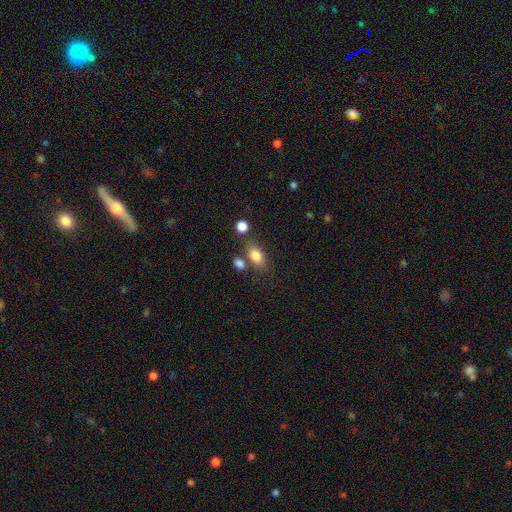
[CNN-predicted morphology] Smooth or featured?
  - smooth: 82% *
  - star or artifact: 9%
  - featured or disk: 9%
How rounded?
  - in between: 81% *
  - round: 16%
  - cigar-shaped: 3%
Merging?
  - none: 65% *
  - merger: 16%
  - minor disturbance: 14%
  - major disturbance: 5%